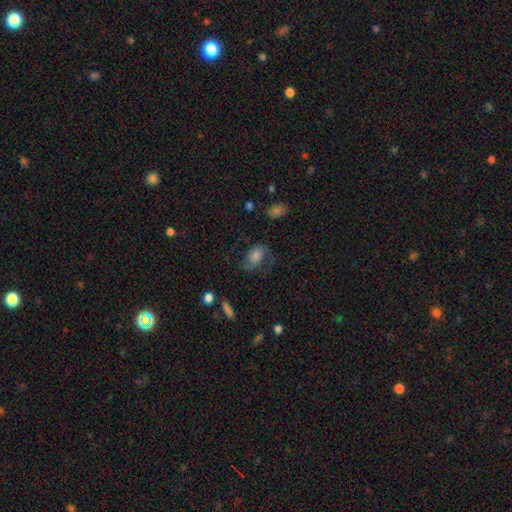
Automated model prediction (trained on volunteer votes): Q: Smooth or featured?
A: featured or disk (51%); runner-up: smooth (37%)
Q: Edge-on disk?
A: no (96%); runner-up: yes (4%)
Q: Merging?
A: none (56%); runner-up: major disturbance (21%)